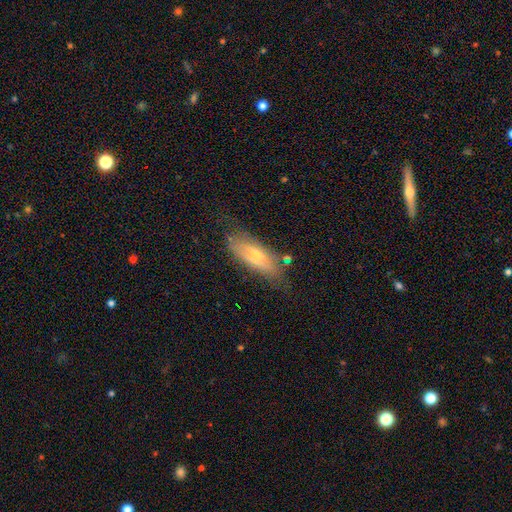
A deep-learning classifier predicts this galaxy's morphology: This is possibly a smooth galaxy (47%). Merging: likely none (67%).